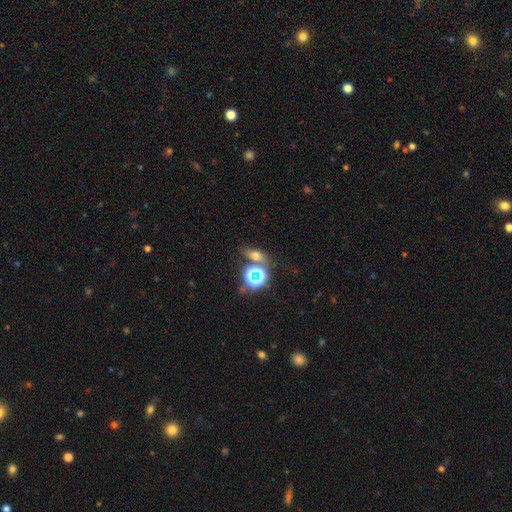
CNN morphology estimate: Smooth or featured? smooth (50%)
Merging? none (64%)